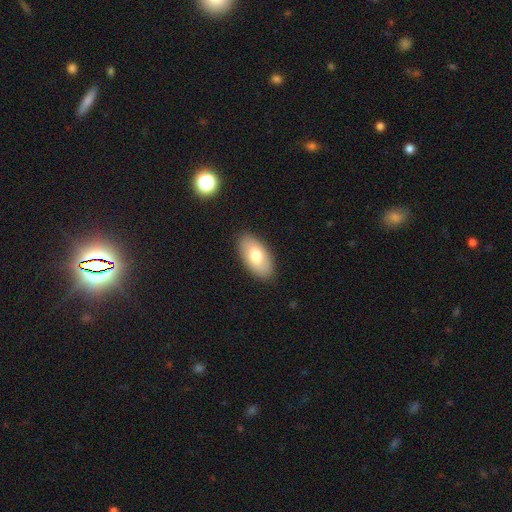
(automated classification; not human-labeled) Overall: smooth (73%). How rounded: in between (94%). Merging: none (87%).